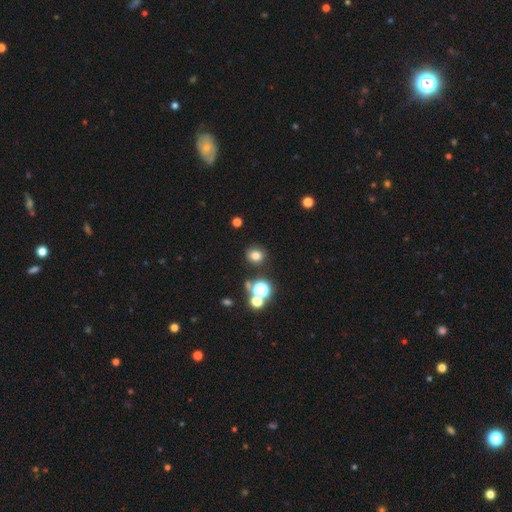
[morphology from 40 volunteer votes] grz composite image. It shows a smooth galaxy with no disk features (88%) that is round (89%). Merging: none (86%).